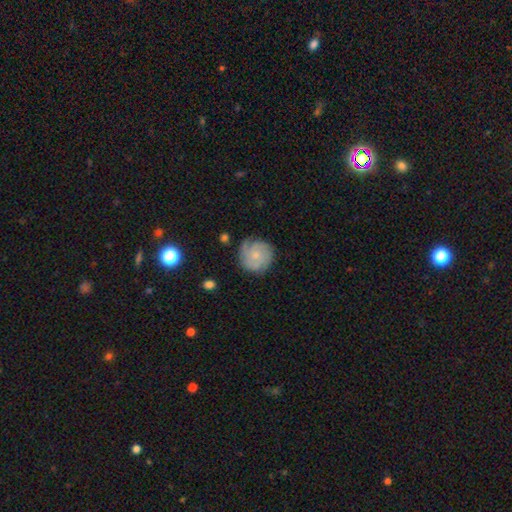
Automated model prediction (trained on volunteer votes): smooth-or-featured: featured or disk: 60% | smooth: 33% | star or artifact: 7%
  disk-edge-on: no: 98% | yes: 2%
    bar: no: 78% | weak: 20% | strong: 2%
    has-spiral-arms: yes: 90% | no: 10%
      spiral-winding: tight: 63% | medium: 29% | loose: 9%
      spiral-arm-count: can't tell: 32% | 3: 27% | 2: 21% | 1: 8% | 4: 8% | more than 4: 5%
    bulge-size: small: 63% | moderate: 28% | none: 7% | large: 2% | dominant: 1%
  merging: none: 73% | minor disturbance: 19% | major disturbance: 6% | merger: 2%